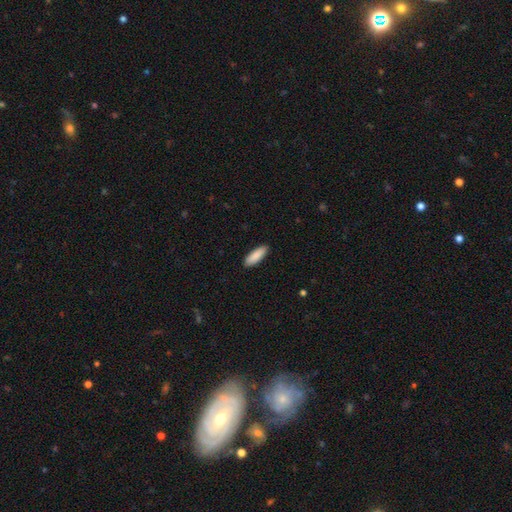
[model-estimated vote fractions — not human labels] smooth-or-featured: smooth: 89% | star or artifact: 6% | featured or disk: 6%
  how-rounded: in between: 56% | cigar-shaped: 43% | round: 2%
  merging: none: 90% | minor disturbance: 8% | major disturbance: 2% | merger: 1%